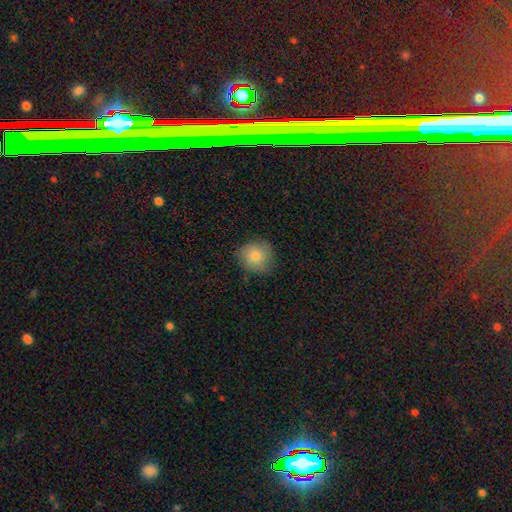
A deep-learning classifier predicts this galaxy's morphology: smooth_or_featured: smooth (p=0.79) [alt: featured or disk p=0.11]
how_rounded: round (p=0.83) [alt: in between p=0.16]
merging: none (p=0.78) [alt: minor disturbance p=0.17]